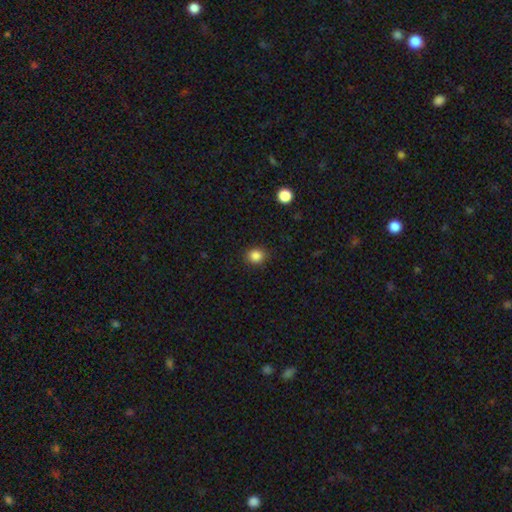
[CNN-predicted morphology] This is clearly a smooth galaxy (86%). How rounded: likely round (79%). Merging: clearly none (89%).